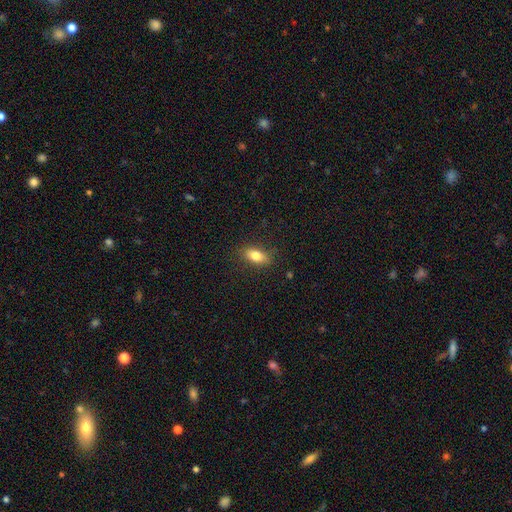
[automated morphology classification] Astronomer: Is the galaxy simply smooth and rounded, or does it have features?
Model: smooth — 79%.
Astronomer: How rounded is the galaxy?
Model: in between — 82%.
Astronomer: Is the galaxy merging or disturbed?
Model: none — 84%.